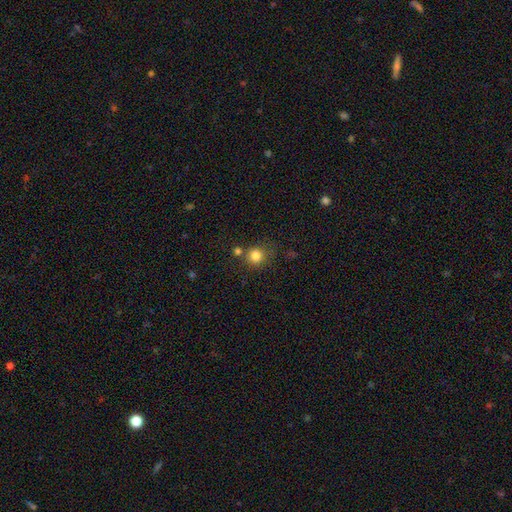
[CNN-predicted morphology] Smooth or featured? smooth (82%)
How rounded? round (90%)
Merging? none (69%)